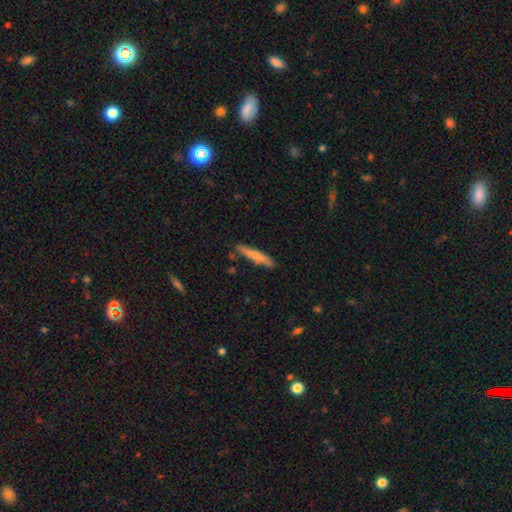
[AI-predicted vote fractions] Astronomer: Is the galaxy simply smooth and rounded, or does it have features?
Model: smooth — 65%.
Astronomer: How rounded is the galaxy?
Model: cigar-shaped — 92%.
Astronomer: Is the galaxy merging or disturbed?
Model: none — 83%.